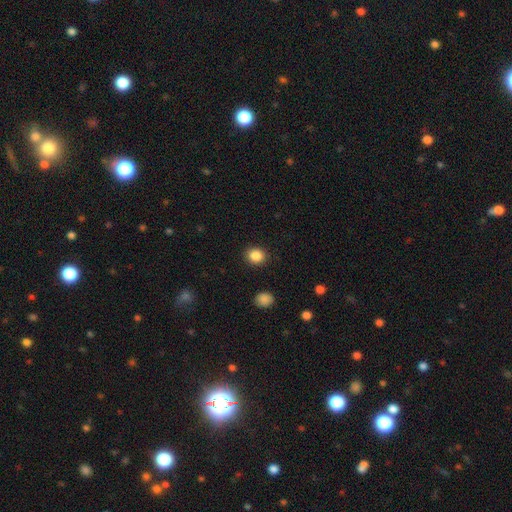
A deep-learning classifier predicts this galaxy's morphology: Smooth or featured?
  - smooth: 87% *
  - star or artifact: 10%
  - featured or disk: 4%
How rounded?
  - round: 70% *
  - in between: 29%
  - cigar-shaped: 1%
Merging?
  - none: 90% *
  - minor disturbance: 6%
  - major disturbance: 2%
  - merger: 1%